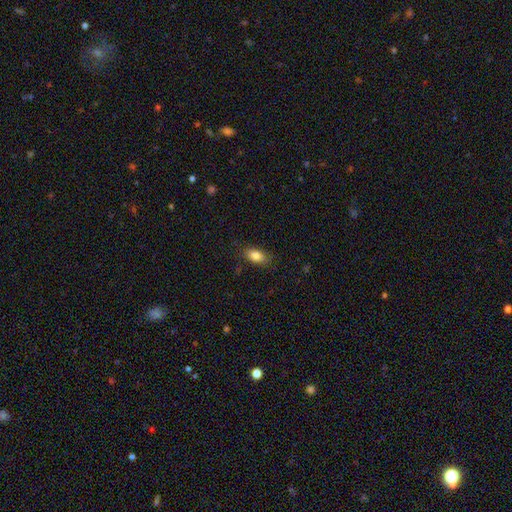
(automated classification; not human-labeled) smooth 85%, star or artifact 8%, featured or disk 7%. Down the decision tree: how rounded — in between (90%); merging — none (84%).